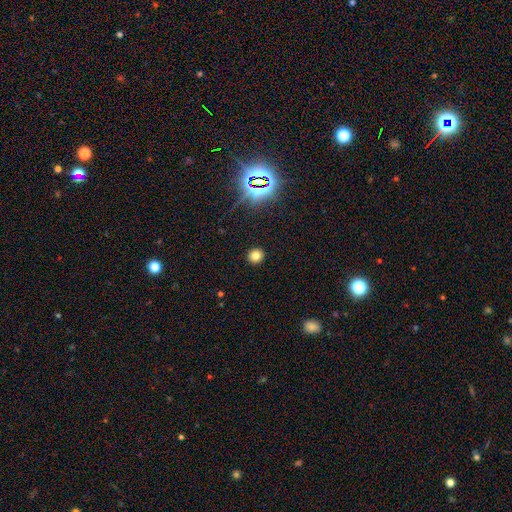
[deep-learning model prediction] Q: Smooth or featured?
A: smooth (77%); runner-up: star or artifact (17%)
Q: How rounded?
A: round (92%); runner-up: in between (7%)
Q: Merging?
A: none (92%); runner-up: minor disturbance (5%)